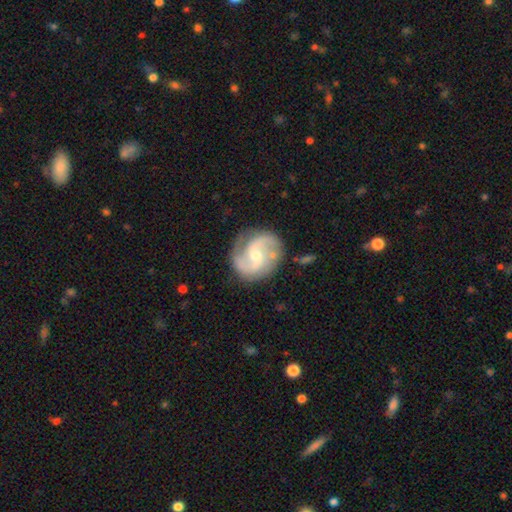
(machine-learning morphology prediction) A featured or disk galaxy (88%) with a weak bar (44%), 2 (87%) medium (54%) spiral arms (97%) and a moderate central bulge (48%, tied with small).

Vote fractions:
- Smooth or featured? featured or disk: 88% / smooth: 7% / star or artifact: 5%
- Edge-on disk? no: 98% / yes: 2%
- Bar? weak: 44% / no: 42% / strong: 13%
- Spiral arms? yes: 97% / no: 3%
- Spiral winding? medium: 54% / loose: 26% / tight: 21%
- Spiral arm count? 2: 87% / 3: 5% / can't tell: 4% / 1: 2% / 4: 1% / more than 4: 1%
- Bulge size? moderate: 48% (tied) / small: 48% (tied) / large: 2% / none: 1% / dominant: 1%
- Merging? none: 79% / minor disturbance: 14% / major disturbance: 5% / merger: 2%